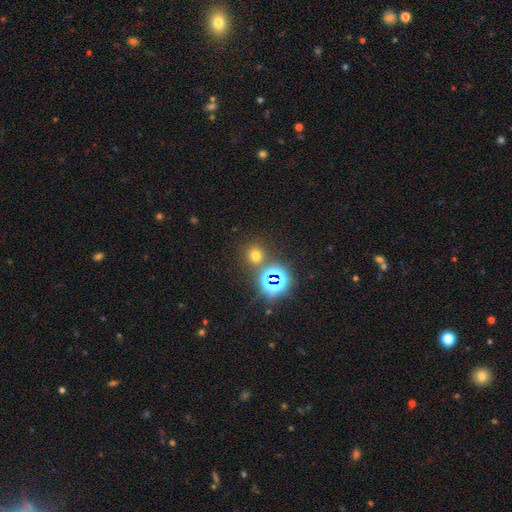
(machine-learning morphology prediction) This is possibly a smooth galaxy (58%). How rounded: clearly round (87%). Merging: likely none (78%).